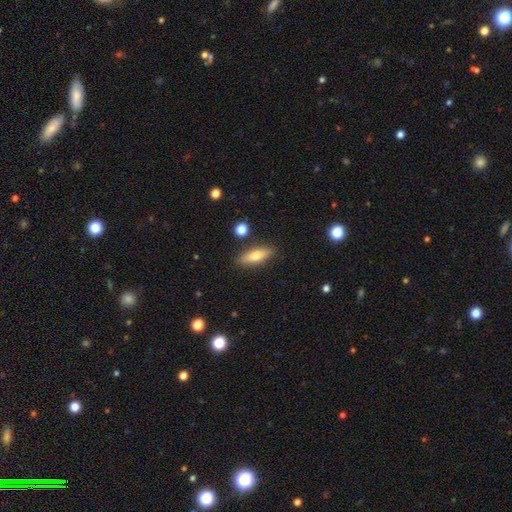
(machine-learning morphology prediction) type=smooth (62%); roundness=in between (55%); merging=none (85%).